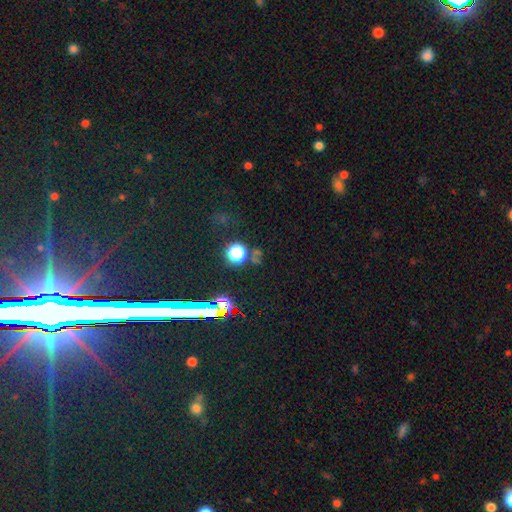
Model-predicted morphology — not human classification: Overall: star or artifact (57%; smooth 35%).